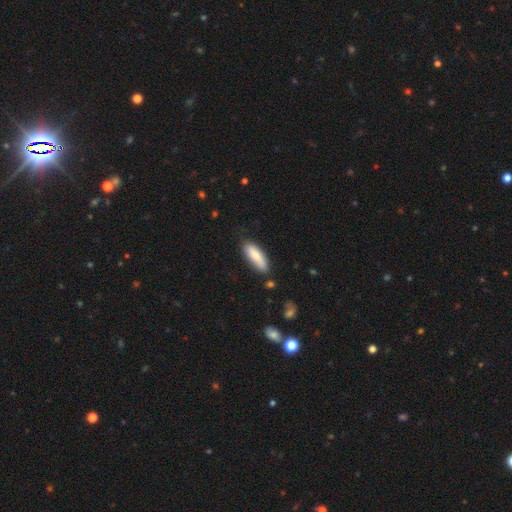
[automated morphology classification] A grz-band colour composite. It shows a smooth galaxy with no disk features (81%) that is in between round and cigar-shaped (54%). Merging: none (78%).